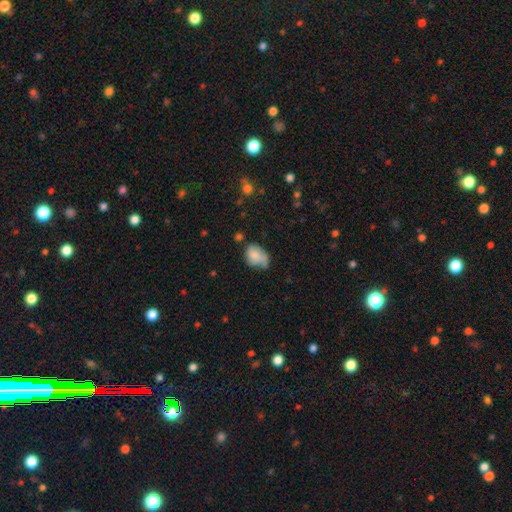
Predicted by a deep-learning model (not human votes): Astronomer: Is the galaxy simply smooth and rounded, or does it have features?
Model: smooth — 75%.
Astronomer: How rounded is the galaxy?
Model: in between — 73%.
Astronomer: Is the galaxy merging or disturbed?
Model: minor disturbance — 38% (runner-up: none, 34%).